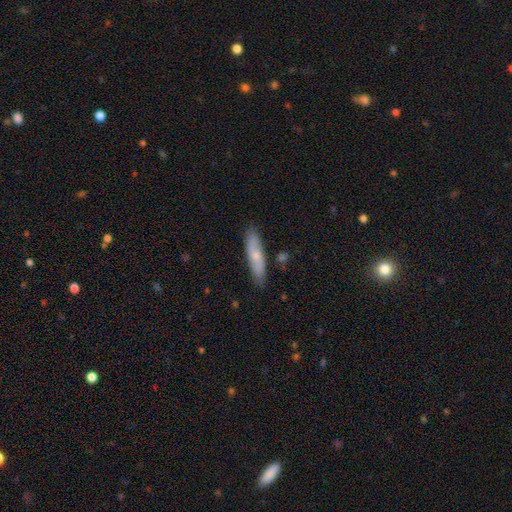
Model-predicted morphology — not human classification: Q: Smooth or featured?
A: smooth (57%); runner-up: featured or disk (37%)
Q: How rounded?
A: cigar-shaped (69%); runner-up: in between (29%)
Q: Merging?
A: none (84%); runner-up: minor disturbance (13%)